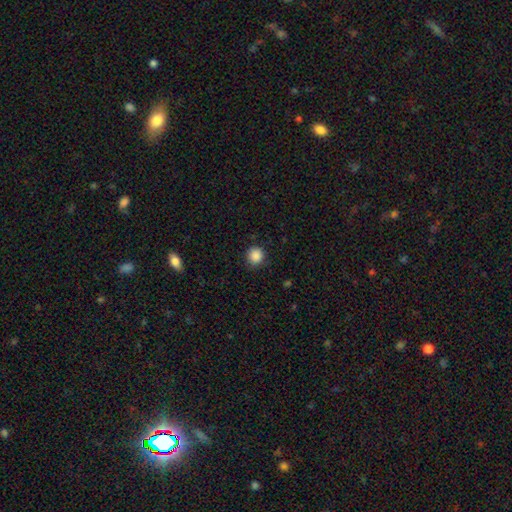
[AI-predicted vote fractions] smooth_or_featured: smooth (p=0.87) [alt: star or artifact p=0.10]
how_rounded: round (p=0.91) [alt: in between p=0.08]
merging: none (p=0.87) [alt: minor disturbance p=0.09]